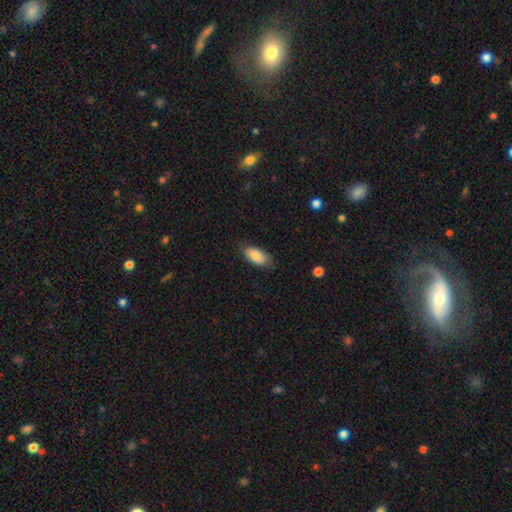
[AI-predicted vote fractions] Overall: smooth (84%). How rounded: in between (91%). Merging: none (76%).